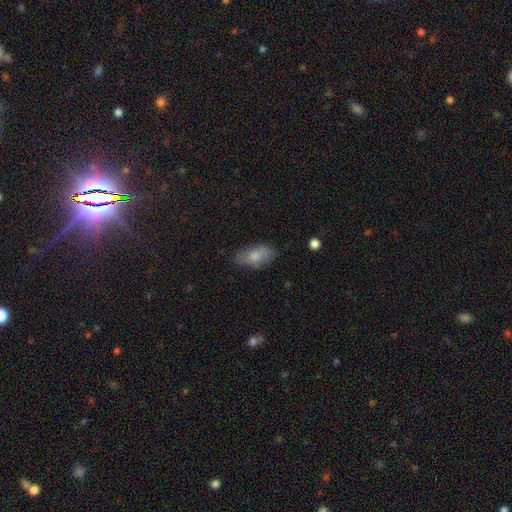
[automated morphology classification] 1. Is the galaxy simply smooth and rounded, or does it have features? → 75% smooth, 18% featured or disk, 7% star or artifact.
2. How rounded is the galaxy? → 90% in between, 6% cigar-shaped, 4% round.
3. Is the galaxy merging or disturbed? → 73% none, 20% minor disturbance, 5% major disturbance, 2% merger.